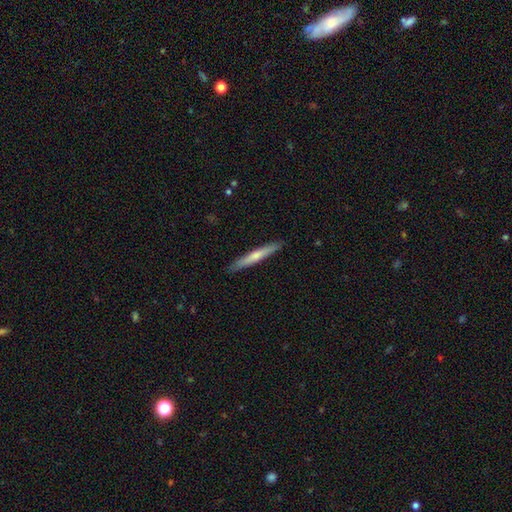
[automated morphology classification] smooth_or_featured: smooth (p=0.58) [alt: featured or disk p=0.37]
how_rounded: cigar-shaped (p=0.95) [alt: in between p=0.04]
merging: none (p=0.90) [alt: minor disturbance p=0.08]